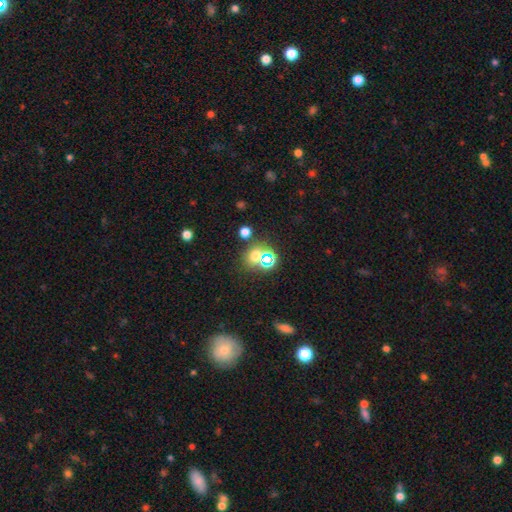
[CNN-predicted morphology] Q: Smooth or featured?
A: smooth (52%); runner-up: star or artifact (38%)
Q: How rounded?
A: round (77%); runner-up: in between (22%)
Q: Merging?
A: none (68%); runner-up: merger (17%)